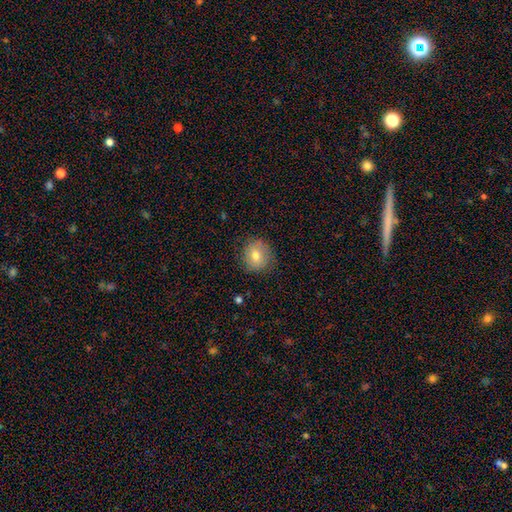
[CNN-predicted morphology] Smooth or featured: smooth — 76% (featured or disk — 15%)
How rounded: round — 86% (in between — 13%)
Merging: none — 83% (minor disturbance — 12%)